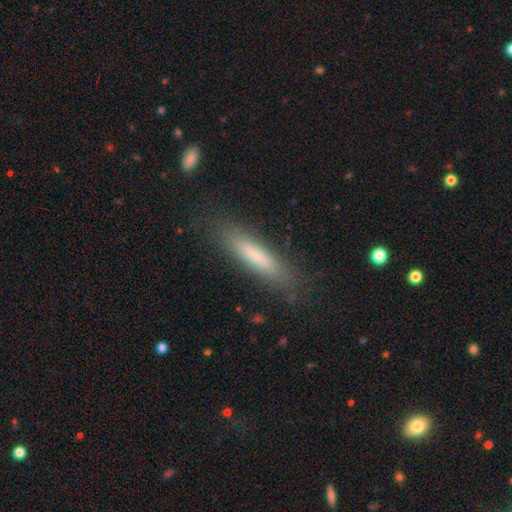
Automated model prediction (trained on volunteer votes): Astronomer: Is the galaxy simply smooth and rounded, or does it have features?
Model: smooth — 74%.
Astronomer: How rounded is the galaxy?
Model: cigar-shaped — 83%.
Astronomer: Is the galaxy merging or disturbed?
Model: none — 85%.